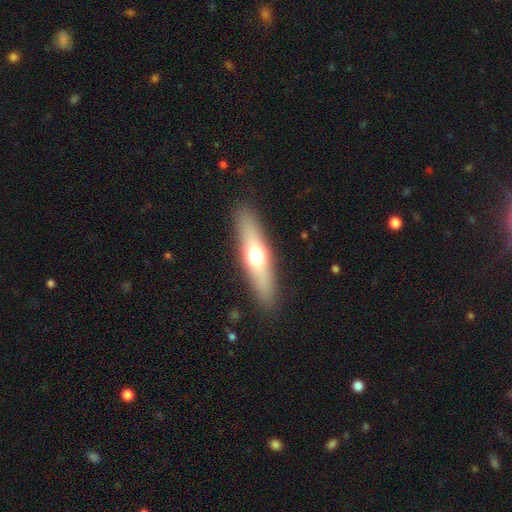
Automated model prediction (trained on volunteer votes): Overall: smooth (54%; featured or disk 39%). How rounded: cigar-shaped (68%; in between 29%). Merging: none (89%).